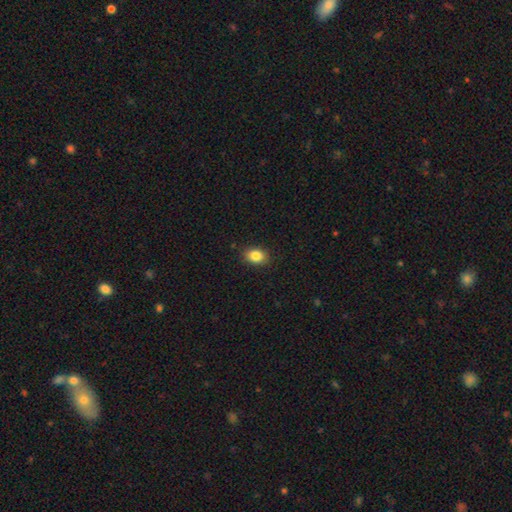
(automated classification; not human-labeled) smooth_or_featured: smooth (p=0.85) [alt: star or artifact p=0.09]
how_rounded: in between (p=0.76) [alt: round p=0.23]
merging: none (p=0.88) [alt: minor disturbance p=0.09]